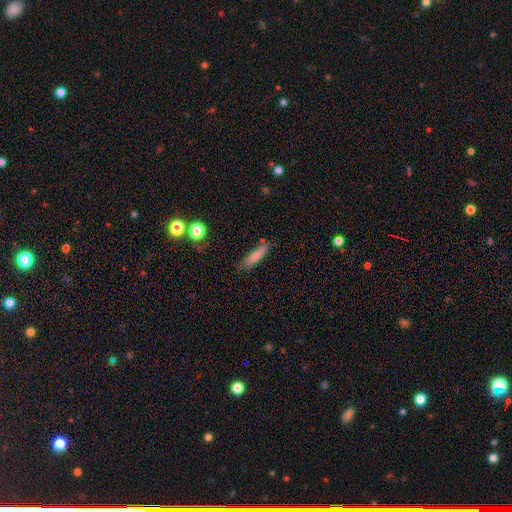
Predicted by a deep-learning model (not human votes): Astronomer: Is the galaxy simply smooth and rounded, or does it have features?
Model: smooth — 79%.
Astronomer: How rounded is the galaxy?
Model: cigar-shaped — 80%.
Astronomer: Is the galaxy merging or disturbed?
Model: none — 78%.